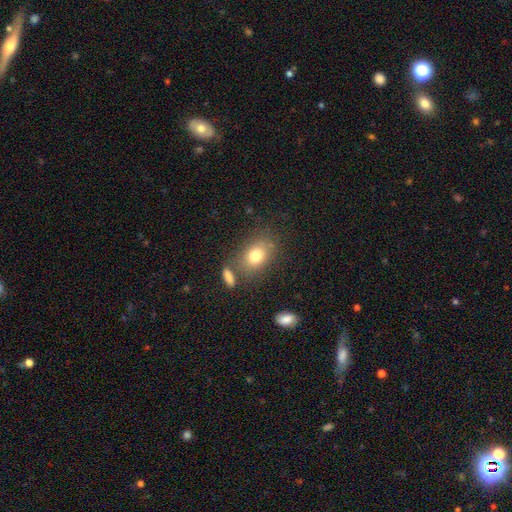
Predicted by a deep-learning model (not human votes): The model was most divided on "how rounded": in between: 72%, round: 26%, cigar-shaped: 2%. More confident: smooth or featured — smooth (78%); merging — none (68%).